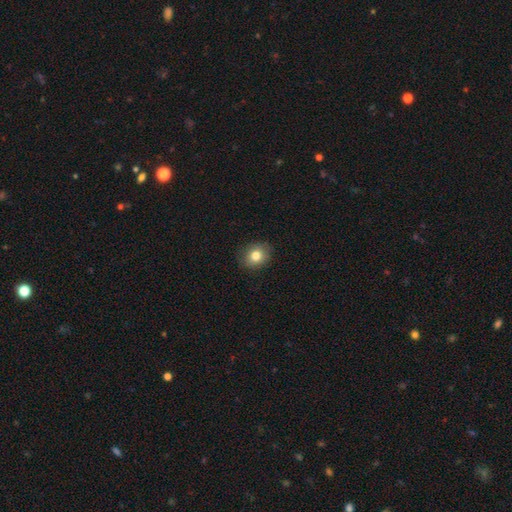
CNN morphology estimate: Smooth or featured? Predicted: smooth (p=0.82). How rounded? Predicted: round (p=0.65). Merging? Predicted: none (p=0.86).